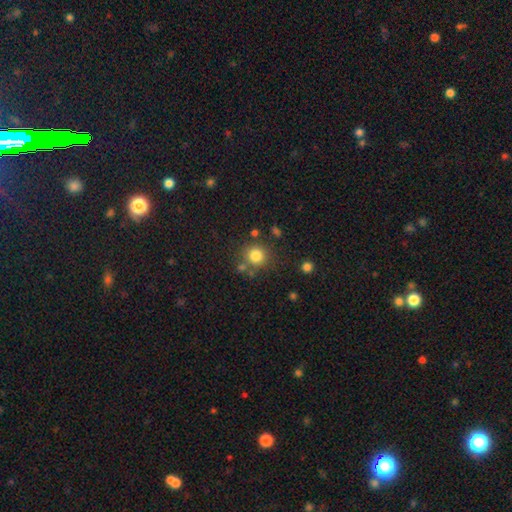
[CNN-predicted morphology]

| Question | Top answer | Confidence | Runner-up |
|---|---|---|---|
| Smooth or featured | smooth | 81% | star or artifact (12%) |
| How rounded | round | 91% | in between (8%) |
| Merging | none | 76% | minor disturbance (10%) |